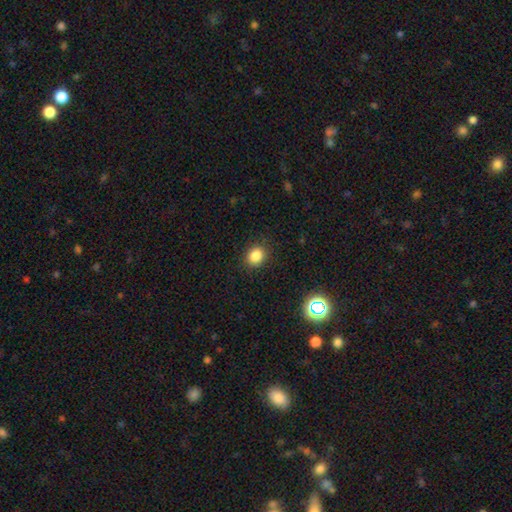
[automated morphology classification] type=smooth (84%); roundness=round (66%); merging=none (89%).